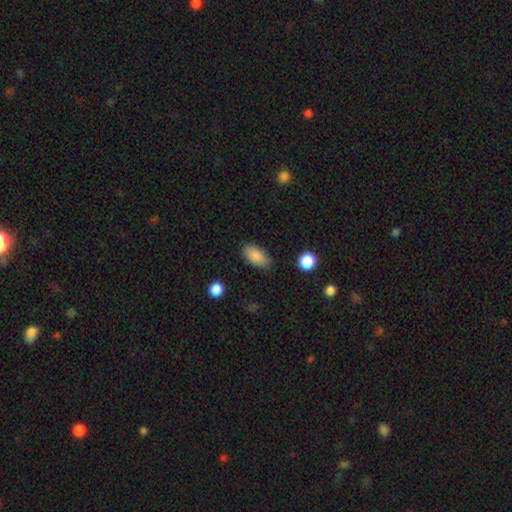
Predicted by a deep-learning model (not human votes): Smooth or featured? smooth (87%)
How rounded? in between (91%)
Merging? none (80%)